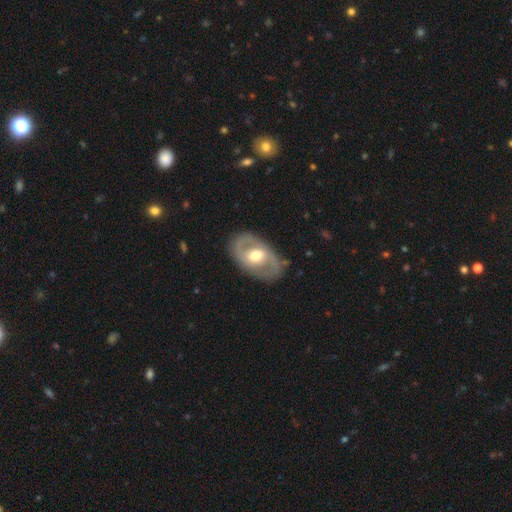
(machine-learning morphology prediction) featured or disk 76%, smooth 20%, star or artifact 5%. Down the decision tree: edge-on disk — no (94%); bar — weak (43%); spiral arms — yes (72%); spiral arm count — 2 (85%); spiral winding — medium (47%); bulge size — moderate (73%); merging — none (82%).